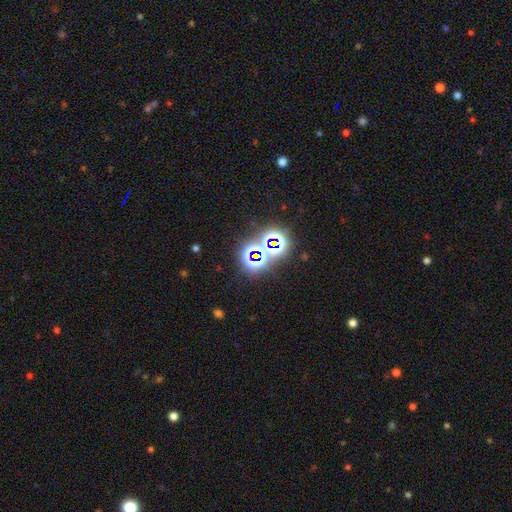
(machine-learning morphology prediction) This is likely a star or artifact rather than a galaxy (75%).